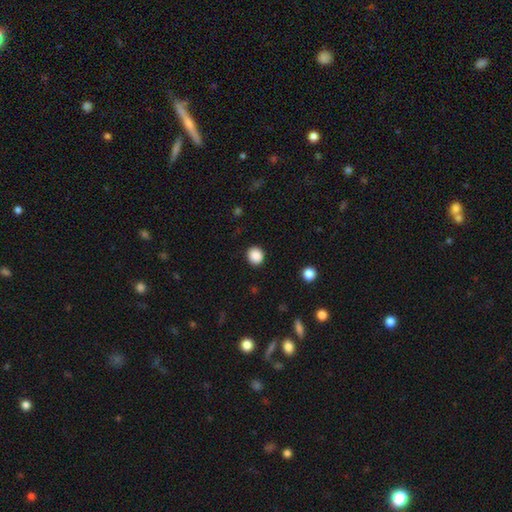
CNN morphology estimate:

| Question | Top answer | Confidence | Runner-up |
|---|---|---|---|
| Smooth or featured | smooth | 88% | star or artifact (9%) |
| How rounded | round | 79% | in between (20%) |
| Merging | none | 91% | minor disturbance (6%) |